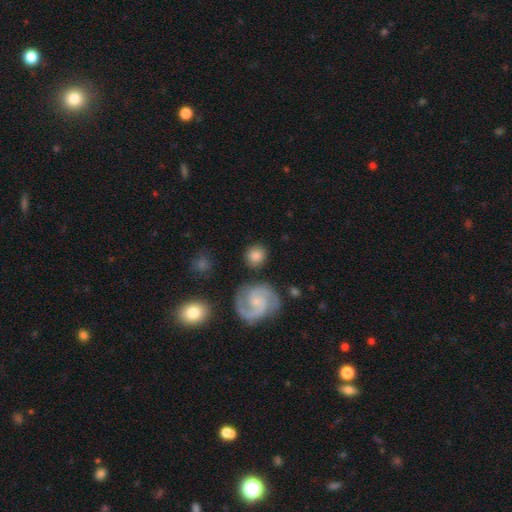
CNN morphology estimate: The model was most divided on "smooth or featured": smooth: 66%, featured or disk: 27%, star or artifact: 7%. More confident: how rounded — round (83%); merging — none (82%).